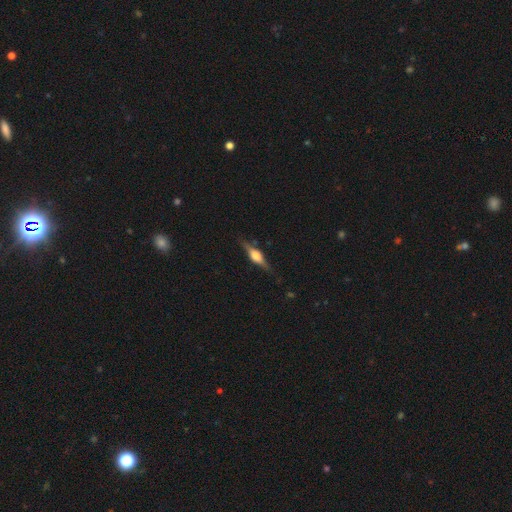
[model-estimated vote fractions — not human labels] A featured or disk galaxy (71%) viewed edge-on (97%) with a rounded central bulge (86%). Merging: none (84%).